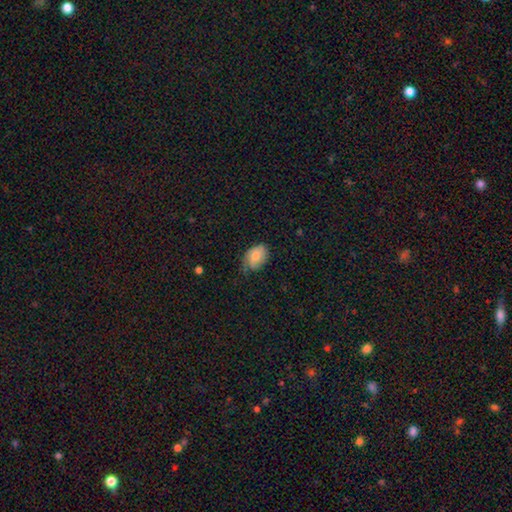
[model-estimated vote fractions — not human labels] A smooth galaxy with no disk features (70%) that is in between round and cigar-shaped (83%). Merging: none (49%).